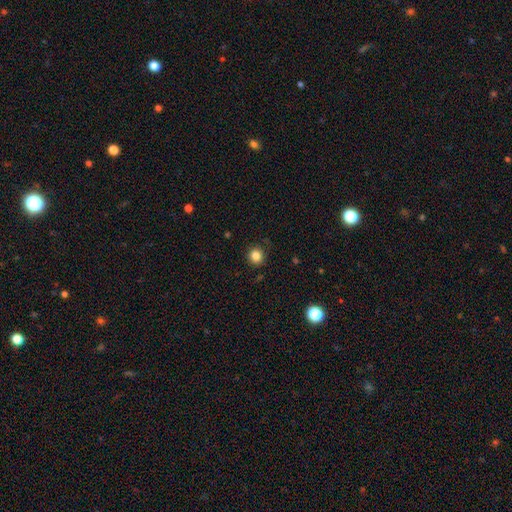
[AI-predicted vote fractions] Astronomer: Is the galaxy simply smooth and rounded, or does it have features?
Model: smooth — 84%.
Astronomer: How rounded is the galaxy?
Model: round — 91%.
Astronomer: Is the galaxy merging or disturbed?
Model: none — 87%.